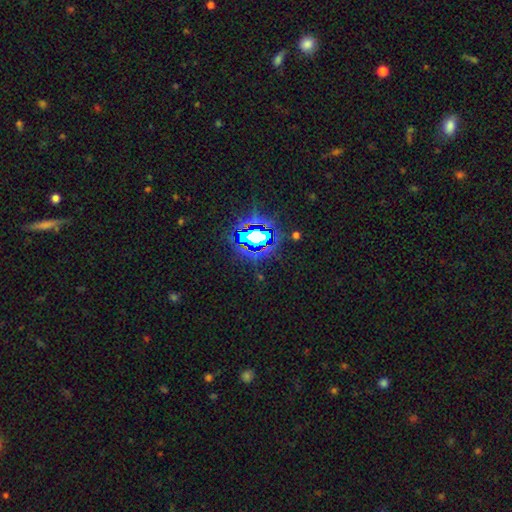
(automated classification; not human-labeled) Smooth or featured? star or artifact (79%)